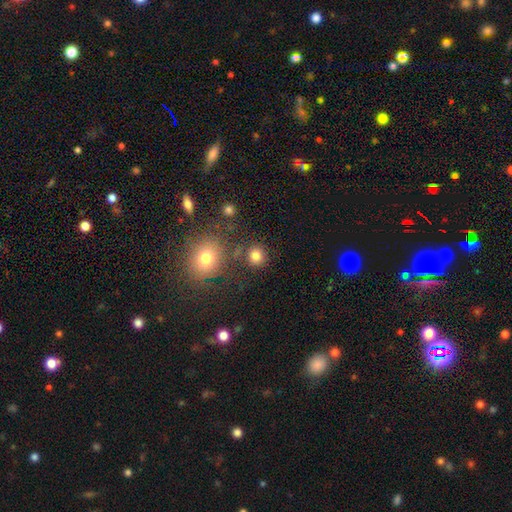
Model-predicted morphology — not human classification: Q: Smooth or featured?
A: smooth (81%); runner-up: star or artifact (13%)
Q: How rounded?
A: round (86%); runner-up: in between (13%)
Q: Merging?
A: none (80%); runner-up: minor disturbance (9%)